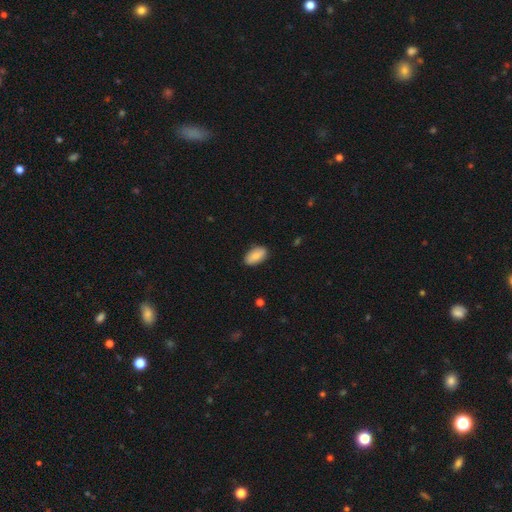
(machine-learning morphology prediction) This appears to be a smooth galaxy with no disk features (84%) that is in between round and cigar-shaped (93%). Merging: none (86%).